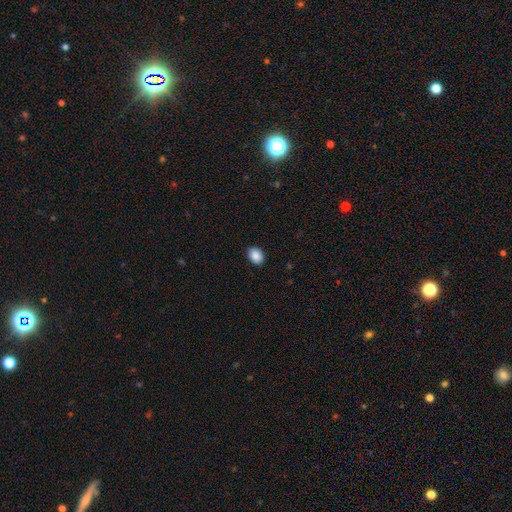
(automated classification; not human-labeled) smooth-or-featured: smooth: 89% | star or artifact: 8% | featured or disk: 3%
  how-rounded: in between: 75% | round: 24% | cigar-shaped: 1%
  merging: none: 91% | minor disturbance: 7% | major disturbance: 2% | merger: 1%